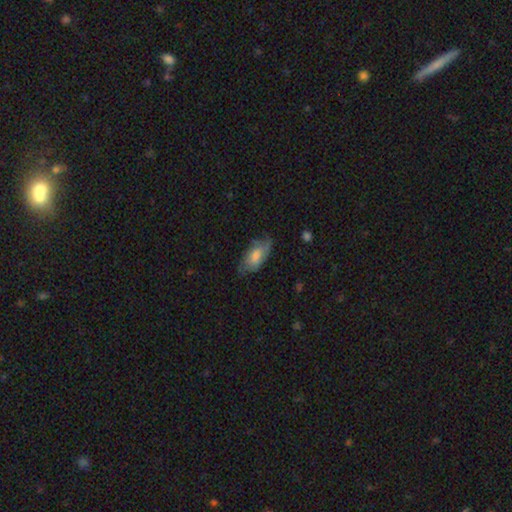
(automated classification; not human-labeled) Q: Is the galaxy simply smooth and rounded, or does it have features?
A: smooth — 55%.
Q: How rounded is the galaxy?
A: in between — 86%.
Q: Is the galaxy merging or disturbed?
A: none — 66%.